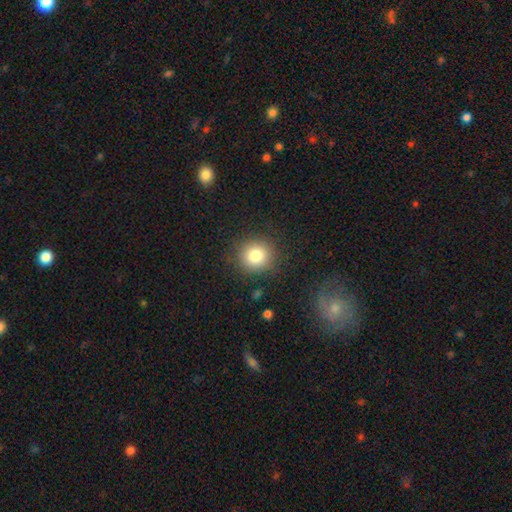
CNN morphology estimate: Overall: smooth (82%). How rounded: round (89%). Merging: none (88%).